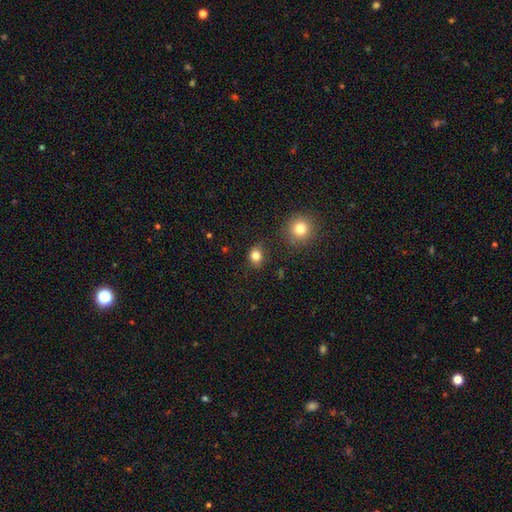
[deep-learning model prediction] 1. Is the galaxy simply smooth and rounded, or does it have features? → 81% smooth, 13% star or artifact, 7% featured or disk.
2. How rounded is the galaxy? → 60% round, 39% in between, 1% cigar-shaped.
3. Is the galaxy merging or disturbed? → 80% none, 14% minor disturbance, 4% major disturbance, 3% merger.